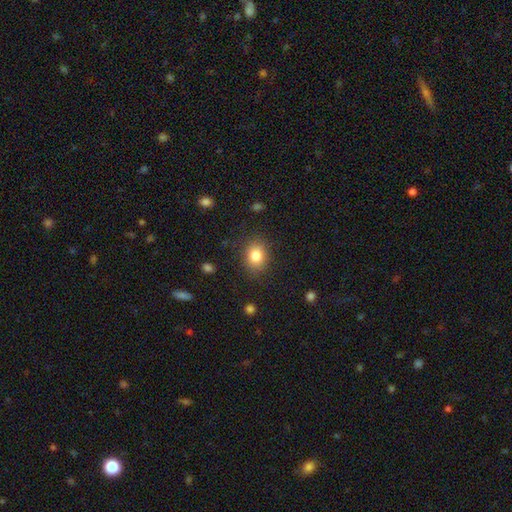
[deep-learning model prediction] Smooth or featured? smooth (82%)
How rounded? in between (50%)
Merging? none (85%)